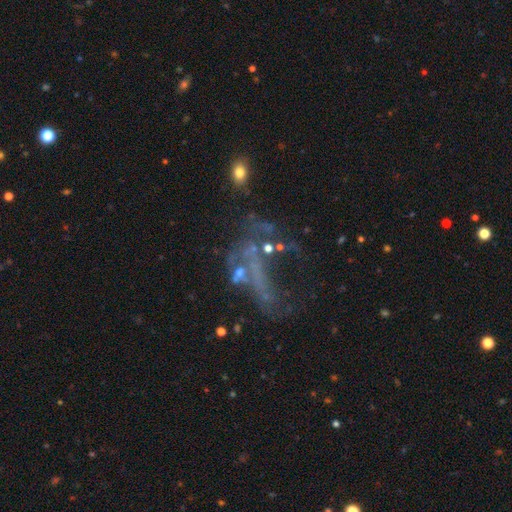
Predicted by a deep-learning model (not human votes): smooth_or_featured: featured or disk (p=0.49) [alt: star or artifact p=0.34]
merging: major disturbance (p=0.46) [alt: none p=0.25]